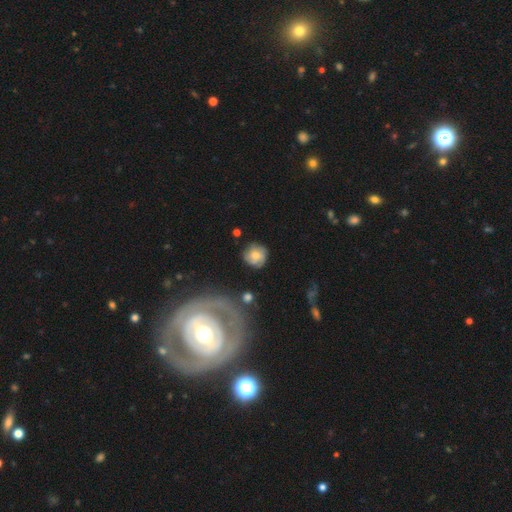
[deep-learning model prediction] Smooth or featured? Predicted: smooth (p=0.54). How rounded? Predicted: round (p=0.85). Merging? Predicted: none (p=0.70).